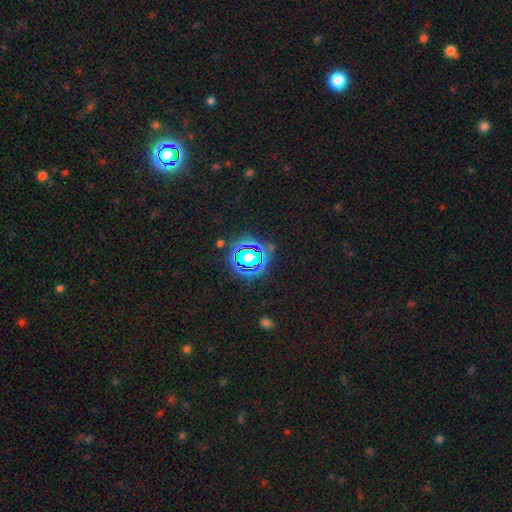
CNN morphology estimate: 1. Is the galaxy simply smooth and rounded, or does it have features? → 79% star or artifact, 14% smooth, 7% featured or disk.